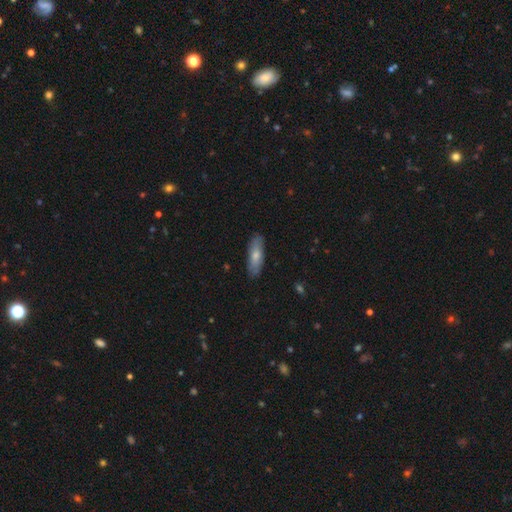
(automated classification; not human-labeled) smooth 70%, featured or disk 24%, star or artifact 5%. Down the decision tree: how rounded — in between (57%); merging — none (84%).